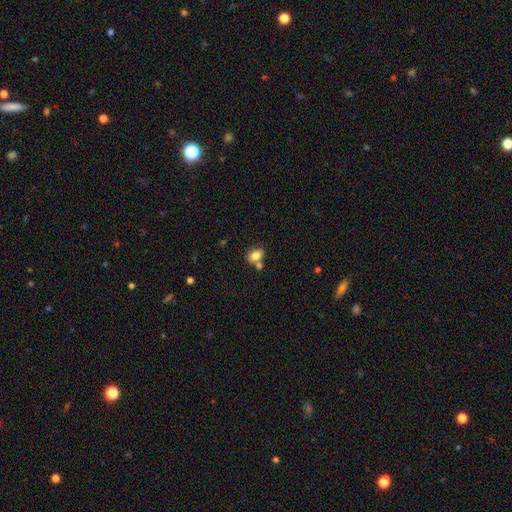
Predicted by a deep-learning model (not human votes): The model was most divided on "merging": none: 53%, merger: 30%, minor disturbance: 13%, major disturbance: 4%. More confident: smooth or featured — smooth (79%); how rounded — in between (71%).